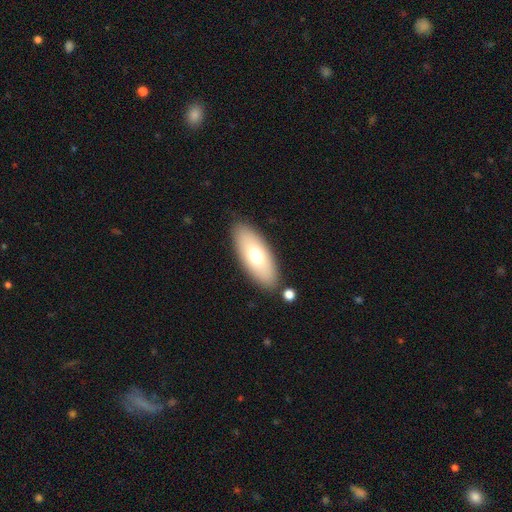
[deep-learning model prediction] This is likely a smooth galaxy (69%). How rounded: clearly in between (81%). Merging: clearly none (85%).